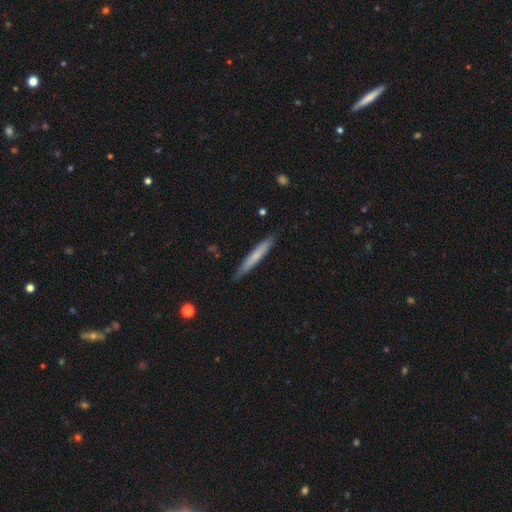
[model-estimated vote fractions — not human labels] Smooth or featured? smooth (65%)
How rounded? cigar-shaped (95%)
Merging? none (87%)